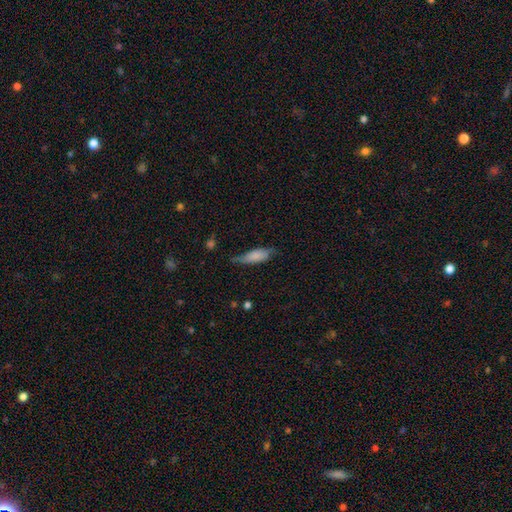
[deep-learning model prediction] The model was most divided on "merging": none: 48%, minor disturbance: 38%, major disturbance: 12%, merger: 3%. More confident: smooth or featured — smooth (71%); how rounded — in between (67%).